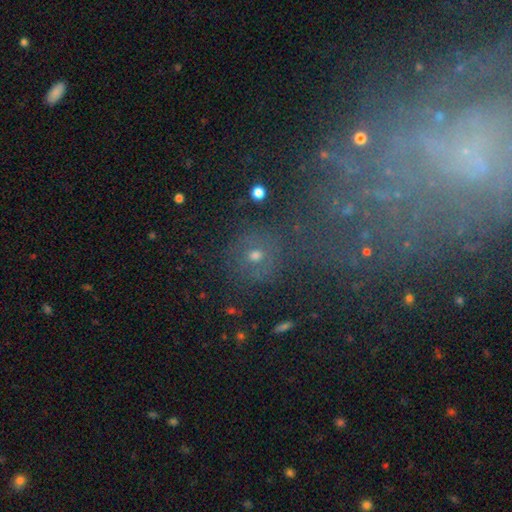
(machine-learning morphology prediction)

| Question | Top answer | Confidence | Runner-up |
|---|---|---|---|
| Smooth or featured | smooth | 51% | star or artifact (26%) |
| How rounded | round | 85% | in between (13%) |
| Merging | none | 77% | minor disturbance (12%) |